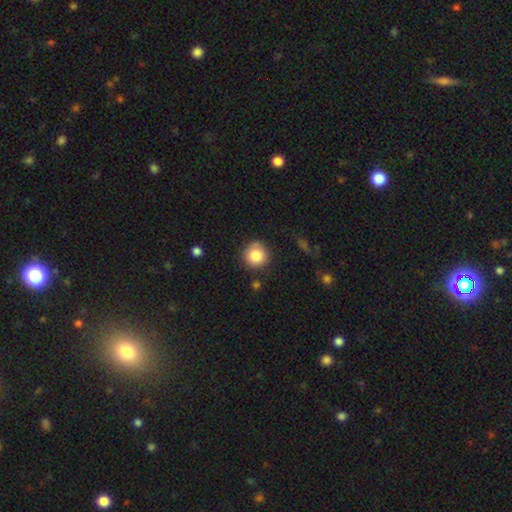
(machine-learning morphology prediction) Smooth or featured? Predicted: smooth (p=0.84). How rounded? Predicted: round (p=0.94). Merging? Predicted: none (p=0.83).